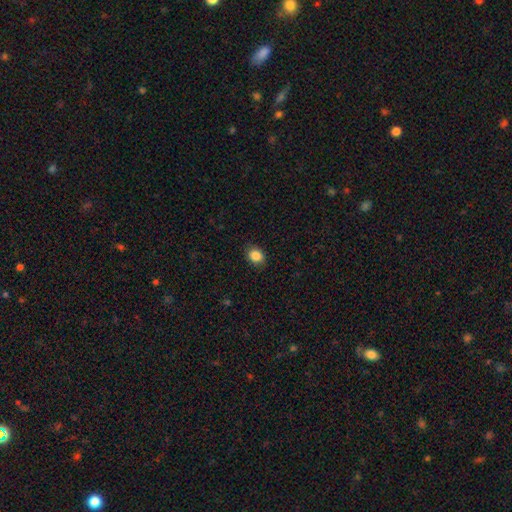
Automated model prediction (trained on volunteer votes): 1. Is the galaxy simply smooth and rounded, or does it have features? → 86% smooth, 9% star or artifact, 5% featured or disk.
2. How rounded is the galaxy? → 53% in between, 47% round, 1% cigar-shaped.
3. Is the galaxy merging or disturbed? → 89% none, 8% minor disturbance, 2% major disturbance, 1% merger.